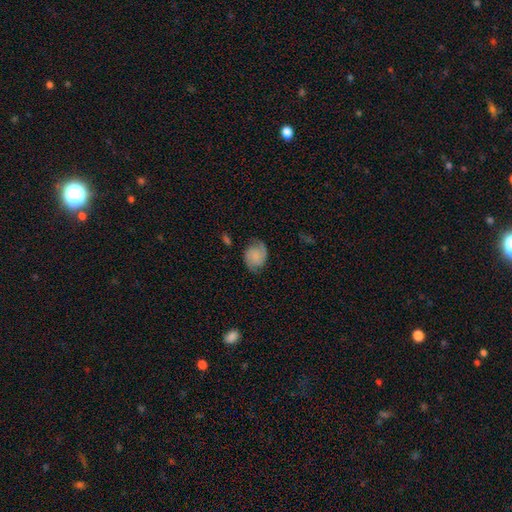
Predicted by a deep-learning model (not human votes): This appears to be a featured or disk galaxy (63%) with no bar (69%), 2 (90%) medium (45%) spiral arms (95%) and no central bulge (48%). Merging: none (74%).